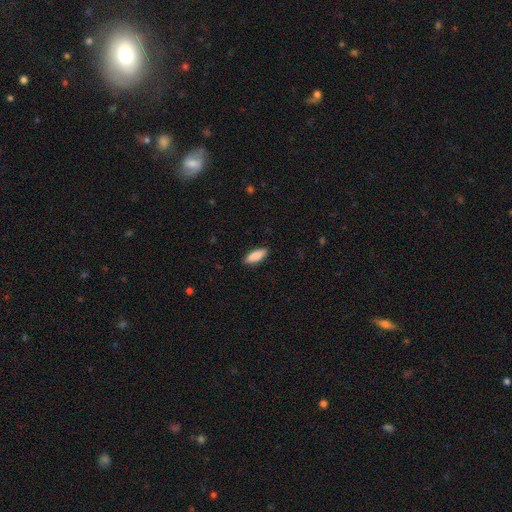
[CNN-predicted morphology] A smooth galaxy with no disk features (88%) that is in between round and cigar-shaped (70%).

Vote fractions:
- Smooth or featured? smooth: 88% / featured or disk: 6% / star or artifact: 6%
- How rounded? in between: 70% / cigar-shaped: 28% / round: 2%
- Merging? none: 88% / minor disturbance: 9% / major disturbance: 2% / merger: 1%